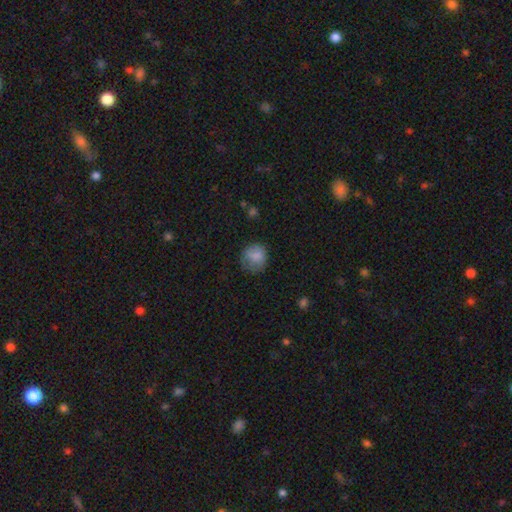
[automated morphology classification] Smooth or featured?
  - smooth: 81% *
  - featured or disk: 10%
  - star or artifact: 9%
How rounded?
  - round: 79% *
  - in between: 20%
  - cigar-shaped: 1%
Merging?
  - none: 60% *
  - minor disturbance: 26%
  - major disturbance: 12%
  - merger: 1%